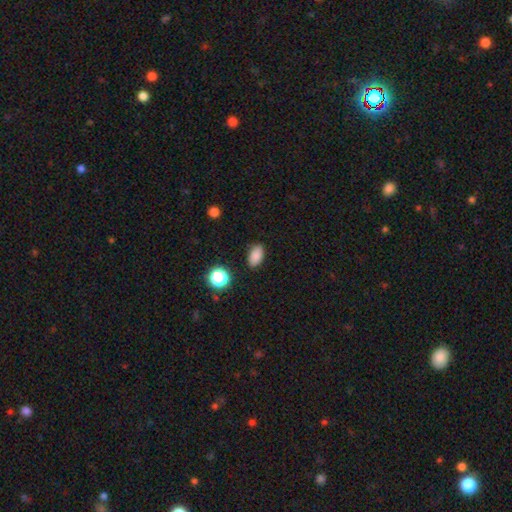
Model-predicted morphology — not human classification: Smooth or featured? smooth (84%)
How rounded? in between (89%)
Merging? none (86%)